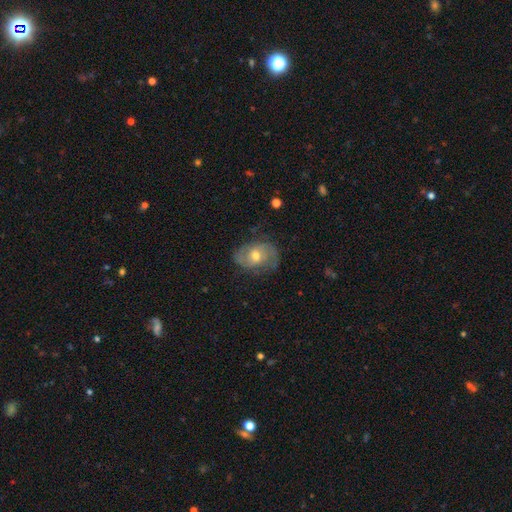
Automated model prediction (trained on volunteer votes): smooth-or-featured: featured or disk: 63% | smooth: 29% | star or artifact: 8%
  disk-edge-on: no: 96% | yes: 4%
    bar: no: 59% | weak: 34% | strong: 7%
    has-spiral-arms: yes: 80% | no: 20%
    bulge-size: moderate: 67% | small: 27% | large: 4% | none: 1% | dominant: 1%
  merging: none: 68% | minor disturbance: 22% | major disturbance: 9% | merger: 1%